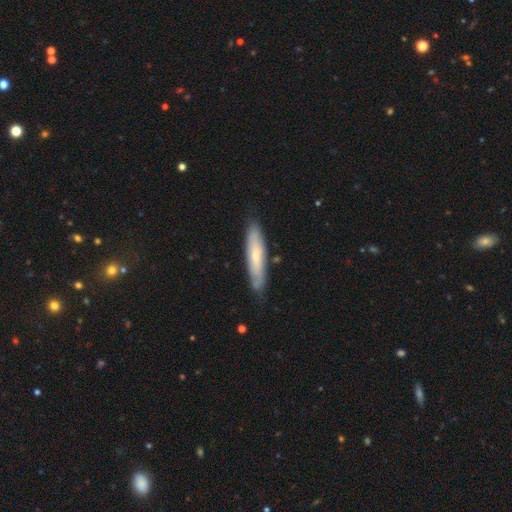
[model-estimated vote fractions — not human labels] smooth_or_featured: smooth (p=0.53) [alt: featured or disk p=0.41]
how_rounded: cigar-shaped (p=0.81) [alt: in between p=0.18]
merging: none (p=0.79) [alt: minor disturbance p=0.17]